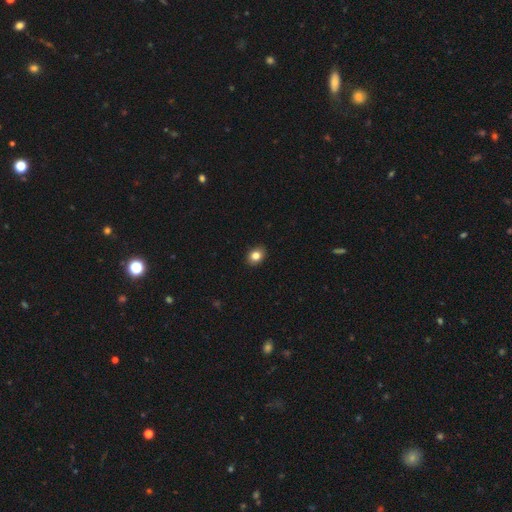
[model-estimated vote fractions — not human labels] Morphology: type=smooth (83%); roundness=in between (51%); merging=none (90%).